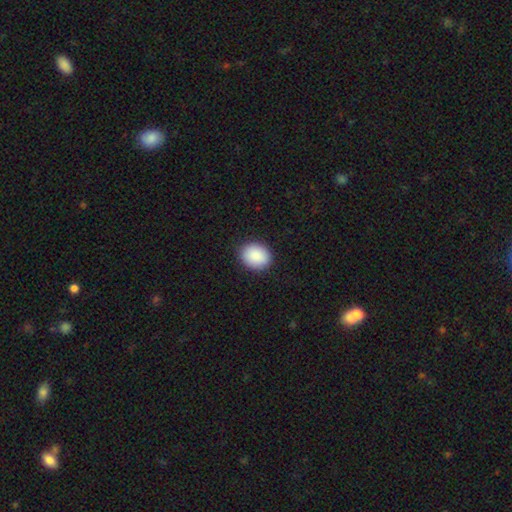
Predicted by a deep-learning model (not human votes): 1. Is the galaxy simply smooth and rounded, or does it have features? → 90% smooth, 7% star or artifact, 3% featured or disk.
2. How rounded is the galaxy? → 52% in between, 47% round, 1% cigar-shaped.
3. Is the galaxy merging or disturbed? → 89% none, 8% minor disturbance, 2% major disturbance, 1% merger.